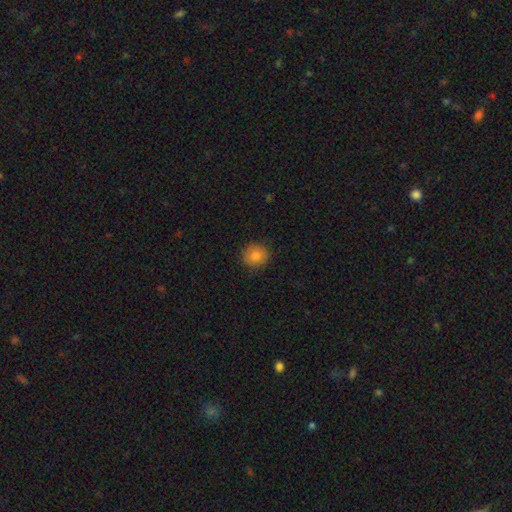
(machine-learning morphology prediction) Smooth or featured?
  - smooth: 82% *
  - star or artifact: 10%
  - featured or disk: 8%
How rounded?
  - round: 91% *
  - in between: 8%
  - cigar-shaped: 1%
Merging?
  - none: 89% *
  - minor disturbance: 8%
  - major disturbance: 2%
  - merger: 1%